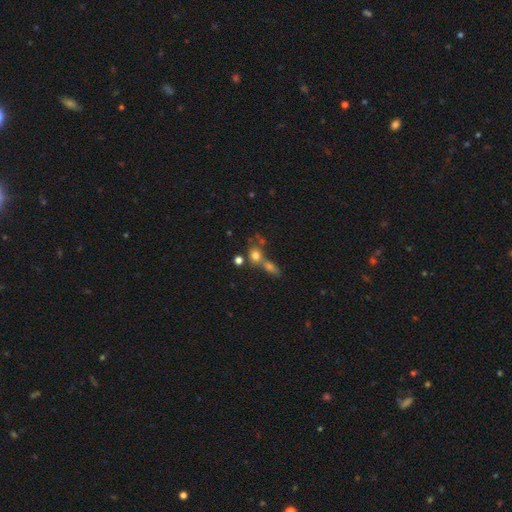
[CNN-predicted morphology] Overall: smooth (72%). How rounded: round (71%). Merging: merger (45%; none 41%).